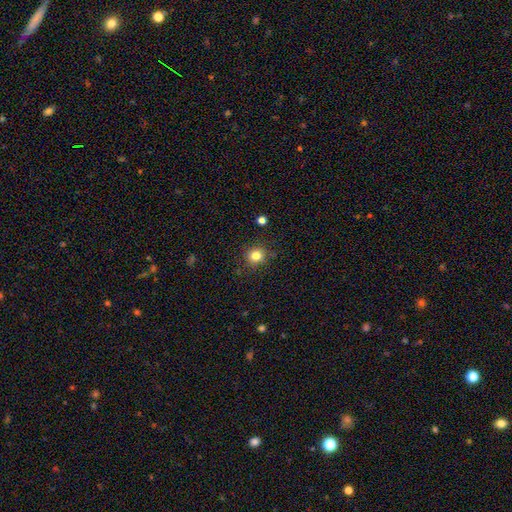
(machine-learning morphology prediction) This is clearly a smooth galaxy (82%). How rounded: clearly round (86%). Merging: clearly none (86%).